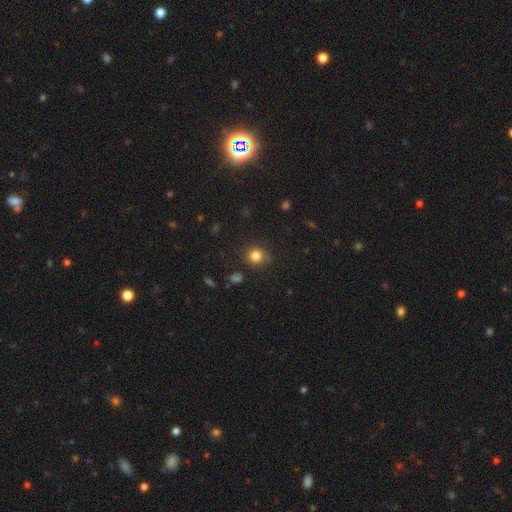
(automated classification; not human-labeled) Q: Smooth or featured?
A: smooth (81%); runner-up: star or artifact (13%)
Q: How rounded?
A: round (87%); runner-up: in between (12%)
Q: Merging?
A: none (83%); runner-up: minor disturbance (11%)